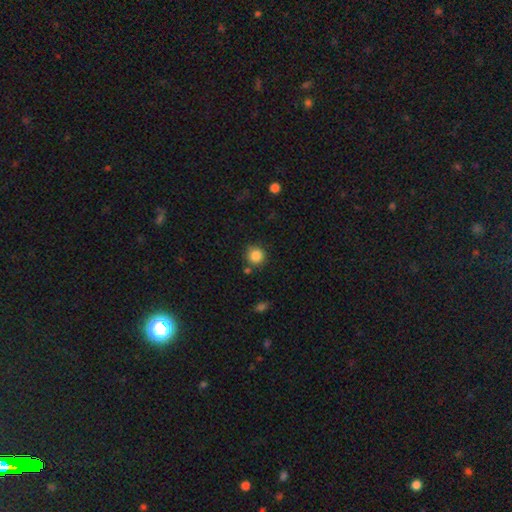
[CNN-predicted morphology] Overall: smooth (85%). How rounded: round (91%). Merging: none (82%).